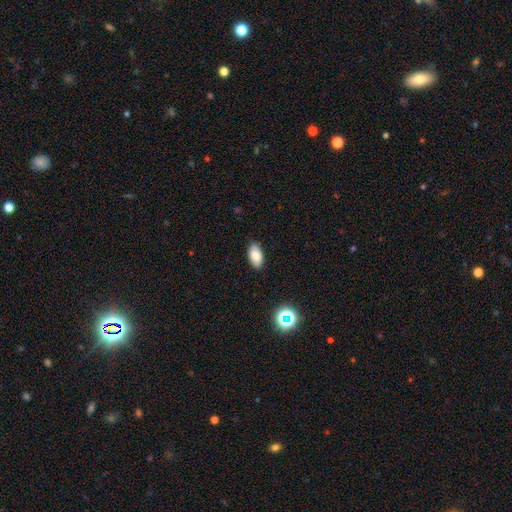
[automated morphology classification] This appears to be a smooth galaxy with no disk features (84%) that is in between round and cigar-shaped (94%). Merging: none (85%).